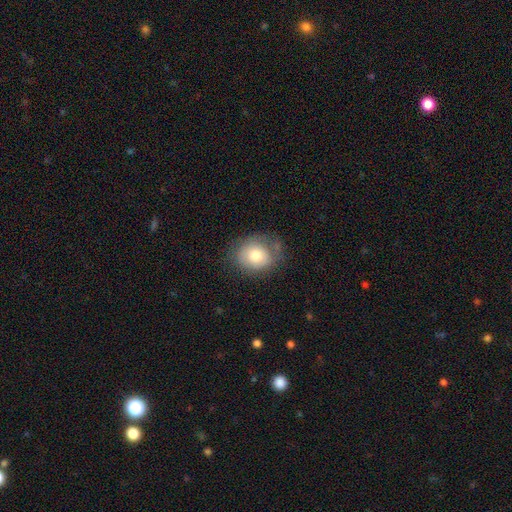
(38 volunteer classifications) Smooth or featured?
  - smooth: 79% *
  - featured or disk: 16%
  - star or artifact: 5%
How rounded?
  - round: 70% *
  - in between: 30%
  - cigar-shaped: 0%
Merging?
  - none: 58% *
  - minor disturbance: 31%
  - major disturbance: 6%
  - merger: 6%